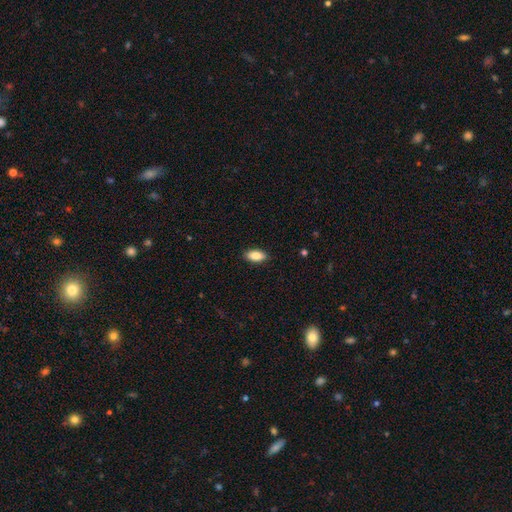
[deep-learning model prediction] A smooth galaxy with no disk features (86%) that is in between round and cigar-shaped (90%). Merging: none (88%).